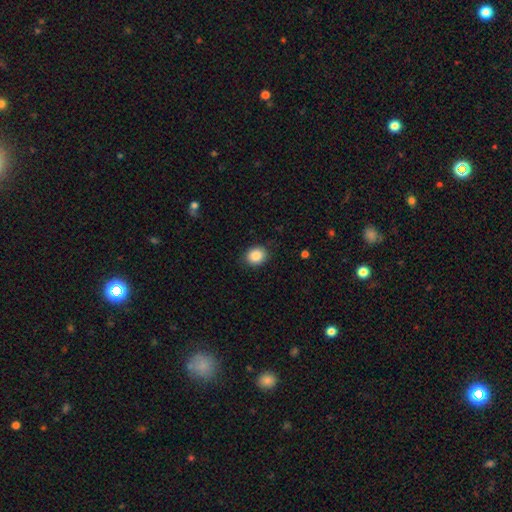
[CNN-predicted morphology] Smooth or featured: smooth — 87% (star or artifact — 9%)
How rounded: round — 64% (in between — 35%)
Merging: none — 86% (minor disturbance — 10%)